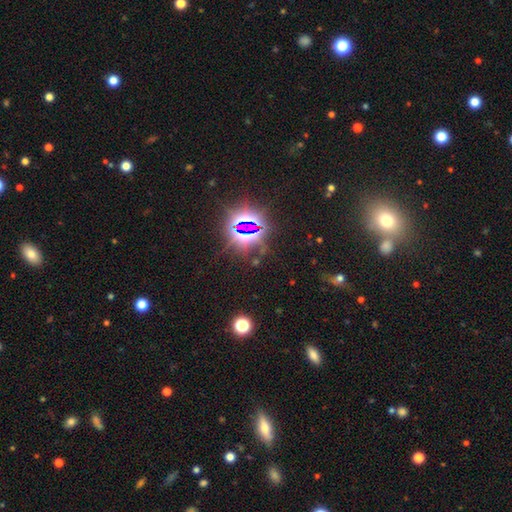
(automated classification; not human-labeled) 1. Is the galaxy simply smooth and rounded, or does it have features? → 75% star or artifact, 14% smooth, 11% featured or disk.